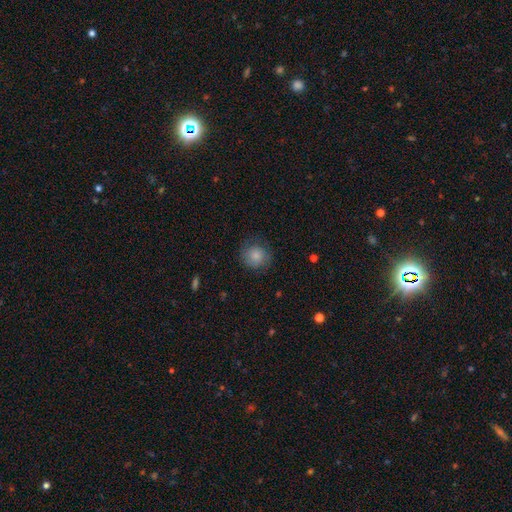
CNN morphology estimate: smooth-or-featured: smooth: 80% | featured or disk: 11% | star or artifact: 8%
  how-rounded: round: 89% | in between: 10% | cigar-shaped: 1%
  merging: none: 77% | minor disturbance: 16% | major disturbance: 6% | merger: 1%